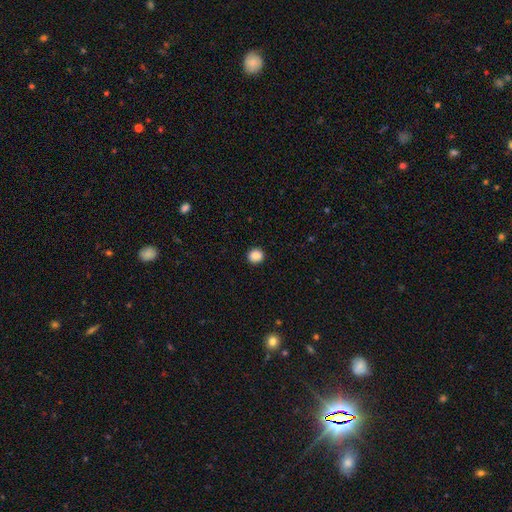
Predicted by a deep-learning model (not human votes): smooth_or_featured: smooth (p=0.89) [alt: star or artifact p=0.09]
how_rounded: round (p=0.90) [alt: in between p=0.09]
merging: none (p=0.92) [alt: minor disturbance p=0.05]